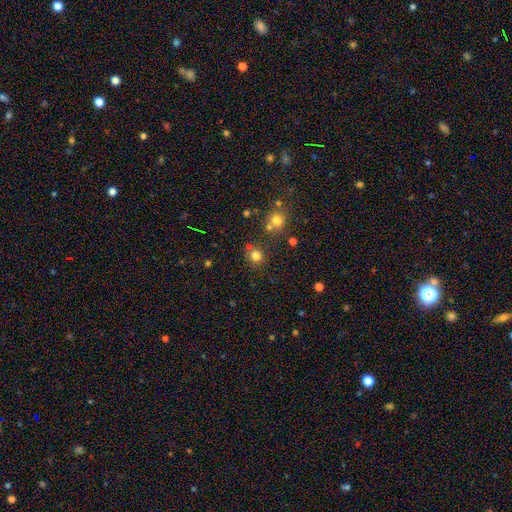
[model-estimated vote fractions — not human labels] The model was most divided on "smooth or featured": smooth: 77%, star or artifact: 16%, featured or disk: 7%. More confident: how rounded — round (87%); merging — none (75%).